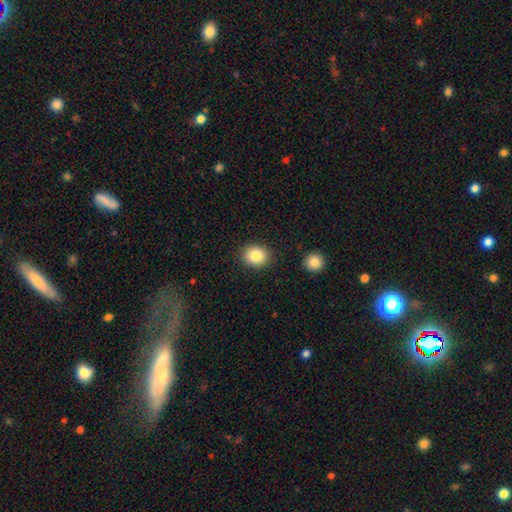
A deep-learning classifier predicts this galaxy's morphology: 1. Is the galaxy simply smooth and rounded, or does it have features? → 84% smooth, 9% star or artifact, 7% featured or disk.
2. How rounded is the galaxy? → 63% round, 37% in between, 1% cigar-shaped.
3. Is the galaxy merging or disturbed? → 88% none, 8% minor disturbance, 2% major disturbance, 2% merger.